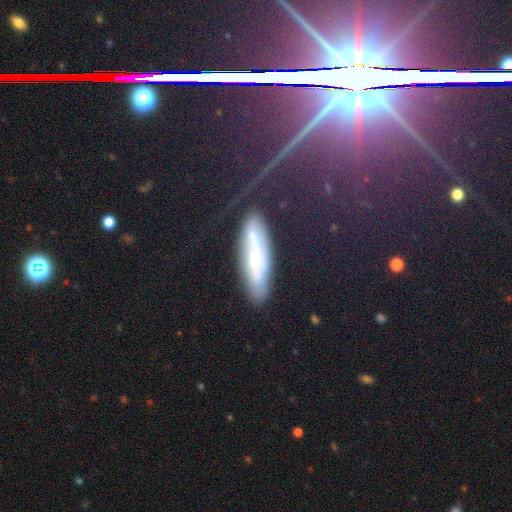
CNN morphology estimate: Smooth or featured?
  - featured or disk: 55% *
  - smooth: 29%
  - star or artifact: 16%
Edge-on disk?
  - no: 58% *
  - yes: 42%
Merging?
  - none: 77% *
  - minor disturbance: 16%
  - major disturbance: 4%
  - merger: 2%